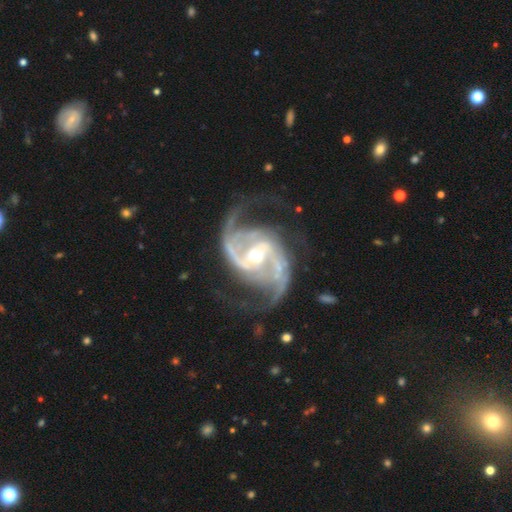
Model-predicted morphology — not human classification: featured or disk 93%, star or artifact 5%, smooth 2%. Down the decision tree: edge-on disk — no (98%); bar — strong (40%); spiral arms — yes (98%); spiral arm count — 2 (85%); spiral winding — medium (48%); bulge size — moderate (55%); merging — none (63%).